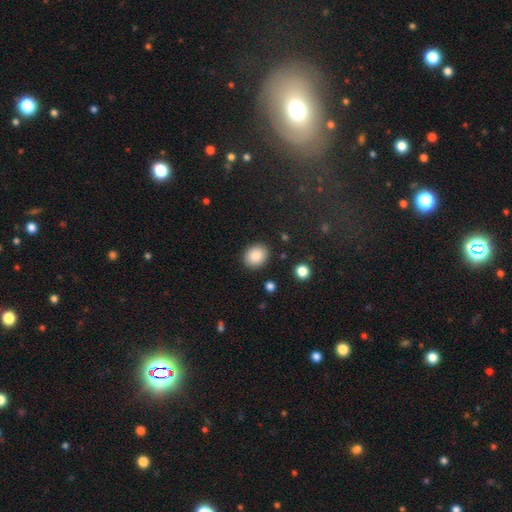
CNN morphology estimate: smooth_or_featured: smooth (p=0.87) [alt: star or artifact p=0.08]
how_rounded: round (p=0.57) [alt: in between p=0.42]
merging: none (p=0.88) [alt: minor disturbance p=0.08]